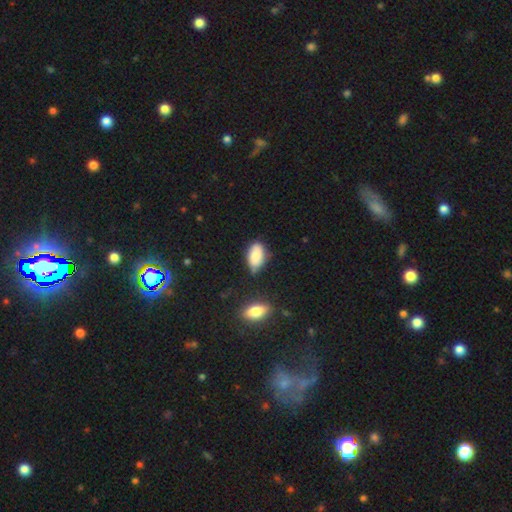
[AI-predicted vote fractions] Smooth or featured? smooth (81%)
How rounded? in between (92%)
Merging? none (61%)